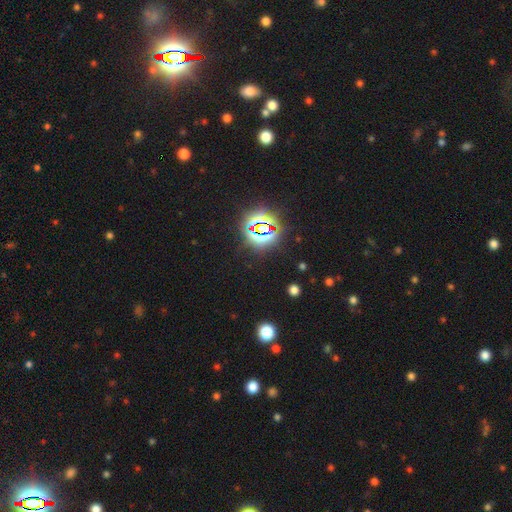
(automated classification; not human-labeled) Morphology: type=star or artifact (83%).